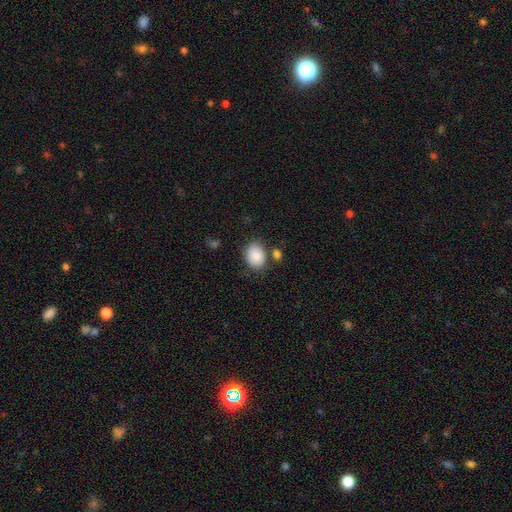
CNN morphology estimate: Q: Smooth or featured?
A: smooth (84%); runner-up: featured or disk (8%)
Q: How rounded?
A: in between (60%); runner-up: round (39%)
Q: Merging?
A: none (70%); runner-up: minor disturbance (16%)